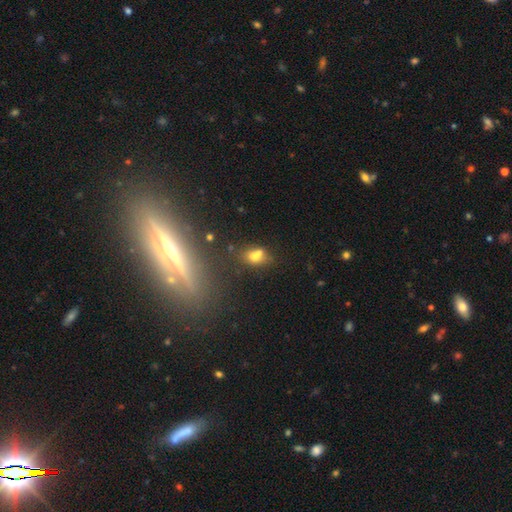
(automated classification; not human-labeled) The model was most divided on "merging": none: 41%, merger: 36%, minor disturbance: 16%, major disturbance: 8%. More confident: how rounded — in between (71%); smooth or featured — smooth (69%).